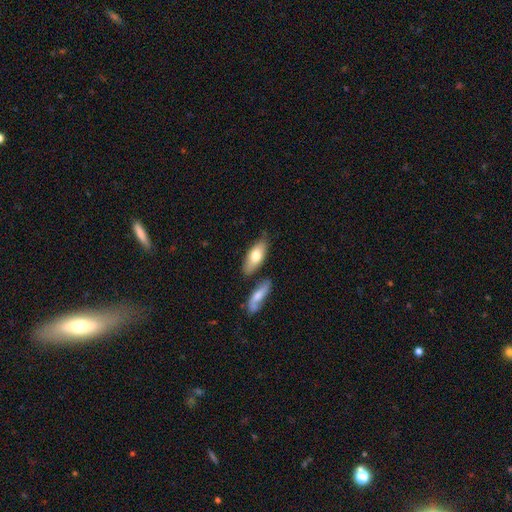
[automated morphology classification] smooth 72%, featured or disk 22%, star or artifact 6%. Down the decision tree: how rounded — in between (79%); merging — none (72%).